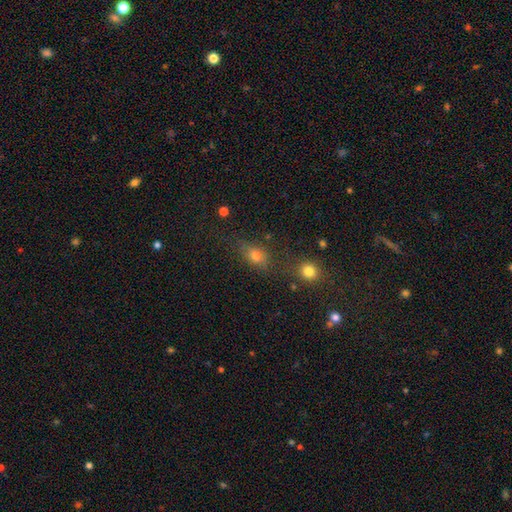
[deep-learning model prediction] Smooth or featured? smooth (68%)
How rounded? in between (64%)
Merging? none (66%)